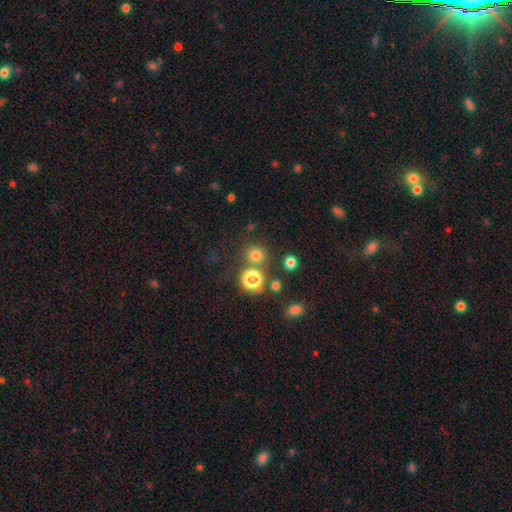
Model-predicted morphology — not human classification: smooth 73%, star or artifact 21%, featured or disk 6%. Down the decision tree: how rounded — round (91%); merging — none (75%).